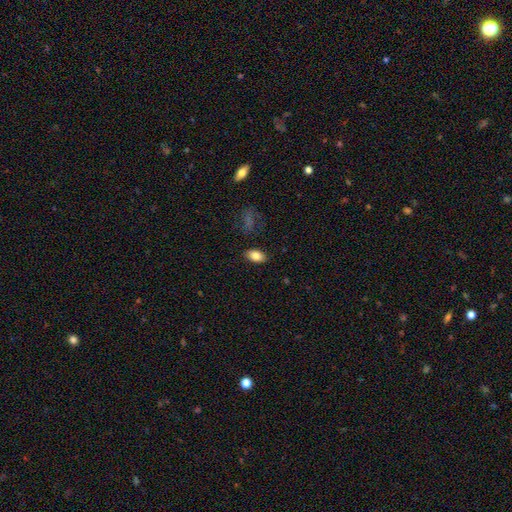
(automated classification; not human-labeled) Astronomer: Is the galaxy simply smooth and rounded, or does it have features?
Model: smooth — 83%.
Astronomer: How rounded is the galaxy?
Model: in between — 91%.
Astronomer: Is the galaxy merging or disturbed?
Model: none — 87%.